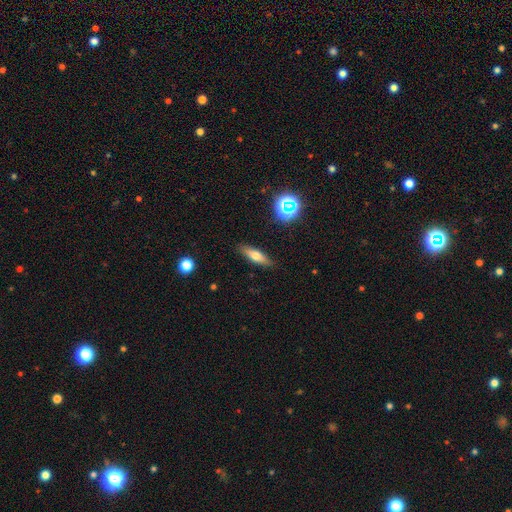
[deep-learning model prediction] smooth-or-featured: smooth: 59% | featured or disk: 31% | star or artifact: 10%
  how-rounded: cigar-shaped: 54% | in between: 42% | round: 4%
  merging: none: 87% | minor disturbance: 9% | major disturbance: 2% | merger: 1%